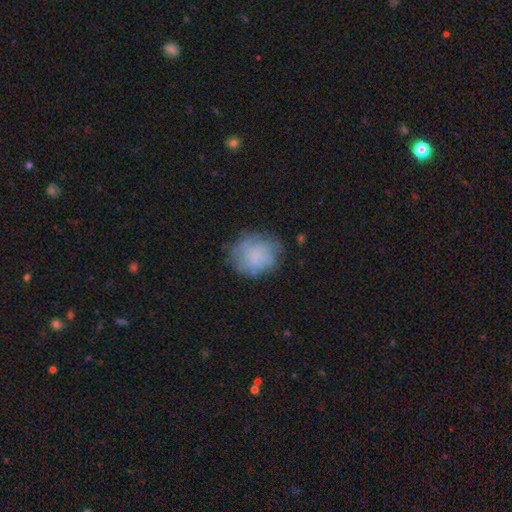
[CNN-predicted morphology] Smooth or featured: smooth — 64% (featured or disk — 26%)
How rounded: round — 72% (in between — 27%)
Merging: none — 65% (minor disturbance — 23%)